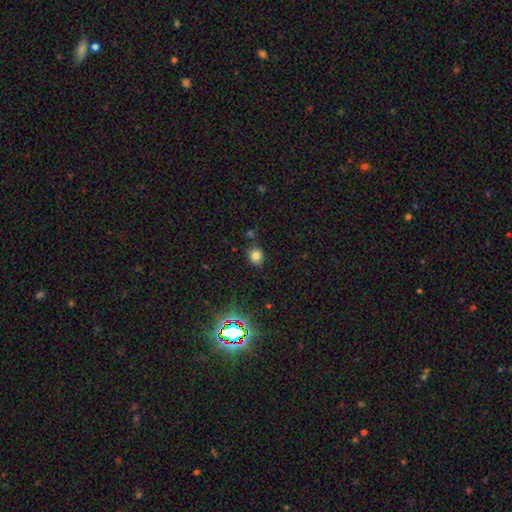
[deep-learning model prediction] A smooth galaxy with no disk features (78%) that is round (68%). Merging: none (80%).